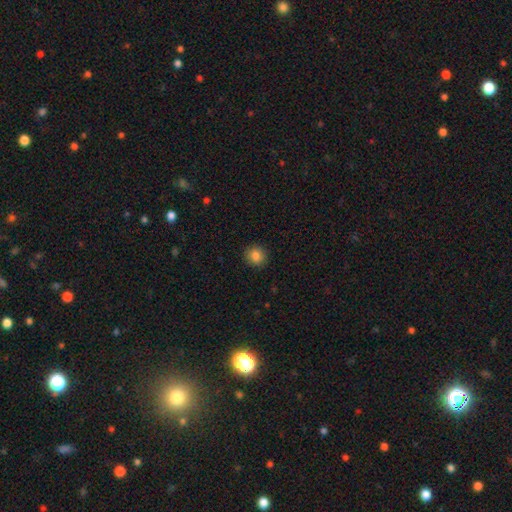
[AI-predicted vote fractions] Smooth or featured? Predicted: smooth (p=0.85). How rounded? Predicted: round (p=0.88). Merging? Predicted: none (p=0.91).